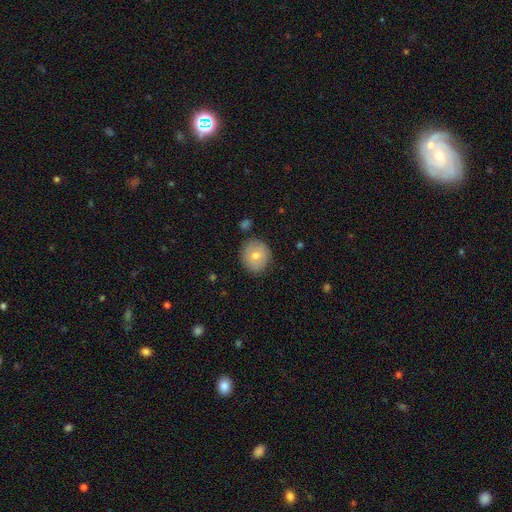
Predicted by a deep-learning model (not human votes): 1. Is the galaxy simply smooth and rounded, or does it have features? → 68% smooth, 23% featured or disk, 9% star or artifact.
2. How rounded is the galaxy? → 88% round, 11% in between, 1% cigar-shaped.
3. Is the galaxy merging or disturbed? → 86% none, 10% minor disturbance, 2% major disturbance, 2% merger.